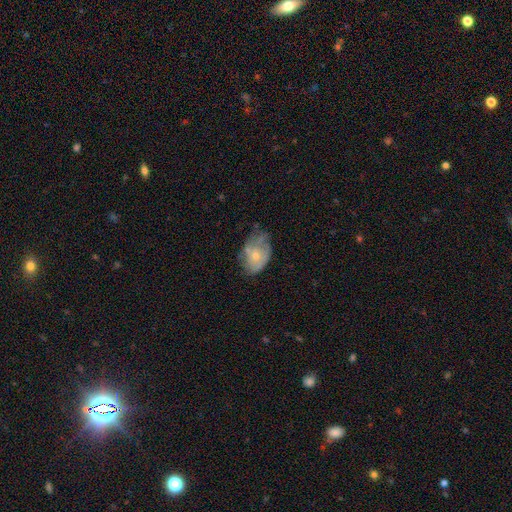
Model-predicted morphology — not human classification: The model was most divided on "merging": none: 39%, minor disturbance: 37%, major disturbance: 19%, merger: 4%. Remaining: smooth or featured — smooth (48%).